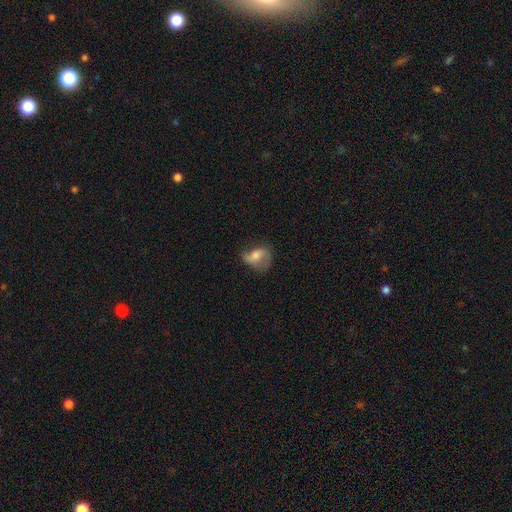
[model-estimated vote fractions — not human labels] smooth_or_featured: smooth (p=0.57) [alt: featured or disk p=0.34]
how_rounded: in between (p=0.72) [alt: round p=0.26]
merging: none (p=0.41) [alt: minor disturbance p=0.31]